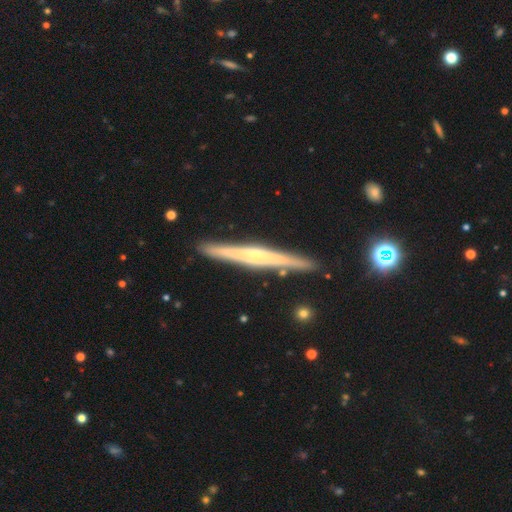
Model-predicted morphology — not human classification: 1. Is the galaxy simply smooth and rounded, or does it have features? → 76% featured or disk, 18% smooth, 6% star or artifact.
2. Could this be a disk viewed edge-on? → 97% yes, 3% no.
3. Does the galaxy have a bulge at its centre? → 51% rounded, 35% none, 14% boxy.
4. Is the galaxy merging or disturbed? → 90% none, 7% minor disturbance, 2% merger, 1% major disturbance.